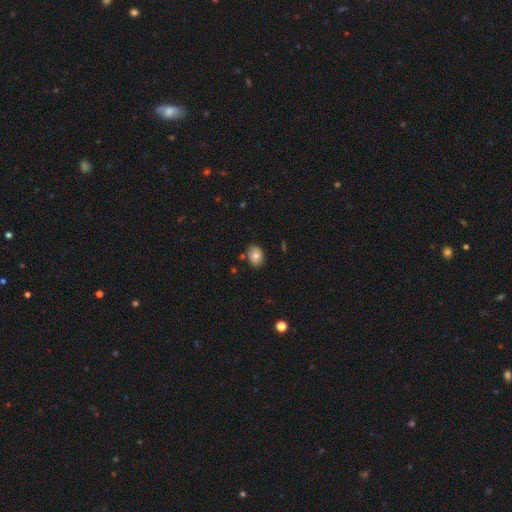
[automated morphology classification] Overall: smooth (74%). How rounded: in between (63%; round 36%). Merging: none (77%).